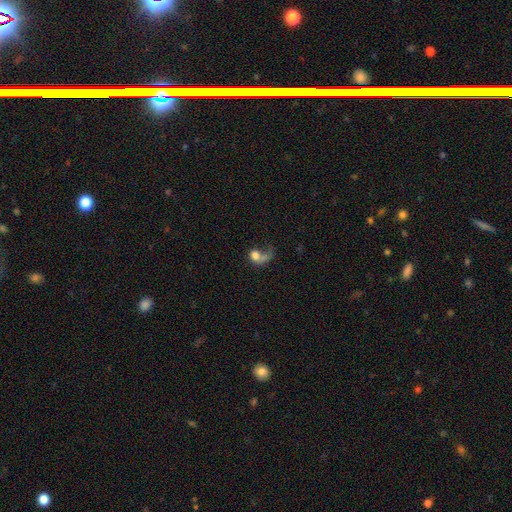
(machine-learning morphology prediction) The model was most divided on "how rounded": round: 51%, in between: 46%, cigar-shaped: 2%. More confident: smooth or featured — smooth (54%); merging — major disturbance (51%).